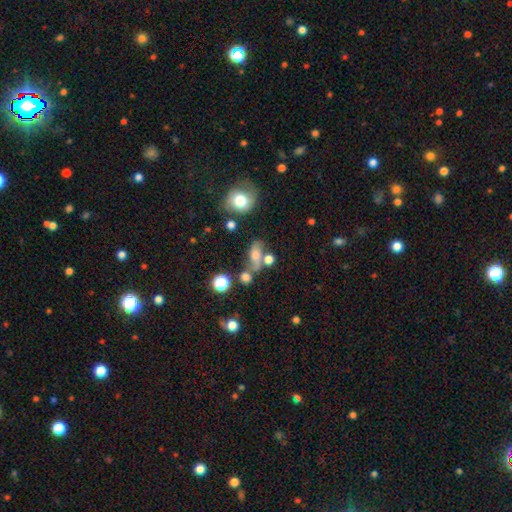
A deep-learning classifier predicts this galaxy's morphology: This is possibly a smooth galaxy (57%). How rounded: likely in between (64%). Merging: marginally none (35%).